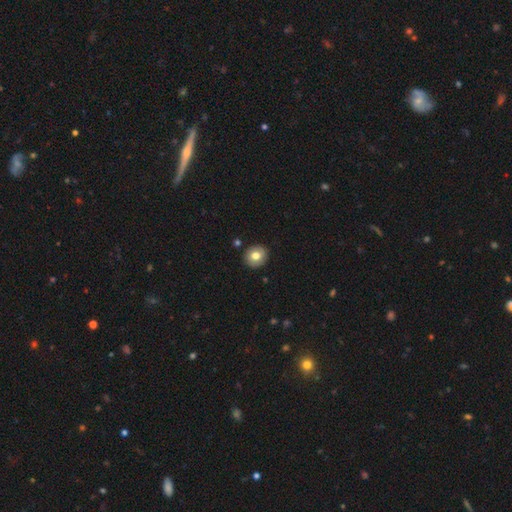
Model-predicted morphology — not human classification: Q: Smooth or featured?
A: smooth (76%); runner-up: featured or disk (16%)
Q: How rounded?
A: round (82%); runner-up: in between (17%)
Q: Merging?
A: none (89%); runner-up: minor disturbance (7%)